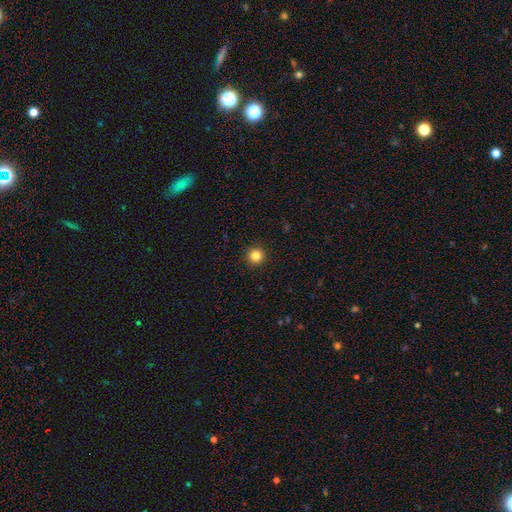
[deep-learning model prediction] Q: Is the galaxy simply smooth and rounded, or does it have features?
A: smooth — 84%.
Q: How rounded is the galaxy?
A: round — 96%.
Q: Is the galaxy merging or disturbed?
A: none — 94%.